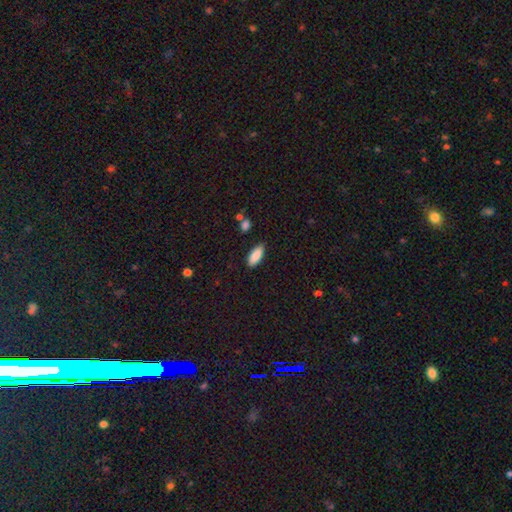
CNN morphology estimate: type=smooth (89%); roundness=in between (83%); merging=none (85%).